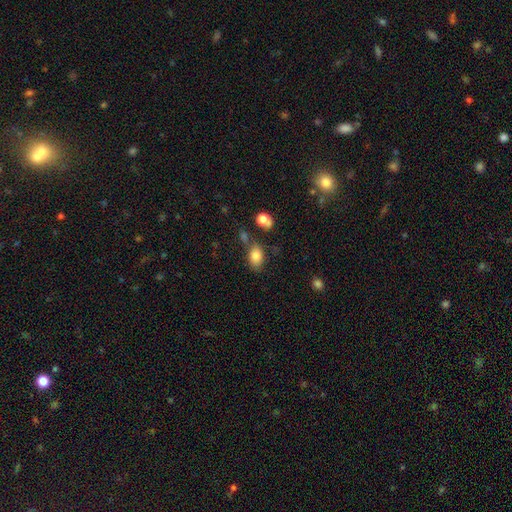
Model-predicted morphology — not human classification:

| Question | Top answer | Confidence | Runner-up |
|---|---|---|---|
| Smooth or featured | smooth | 83% | star or artifact (9%) |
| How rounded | in between | 84% | round (15%) |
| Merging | none | 65% | minor disturbance (17%) |